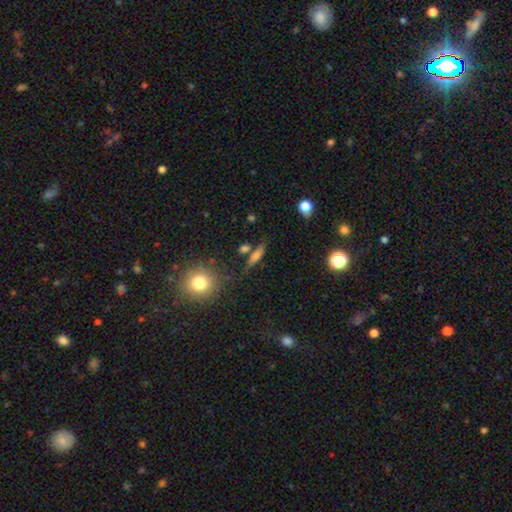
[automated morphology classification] Q: Smooth or featured?
A: smooth (64%); runner-up: featured or disk (23%)
Q: How rounded?
A: cigar-shaped (72%); runner-up: in between (22%)
Q: Merging?
A: none (68%); runner-up: minor disturbance (15%)